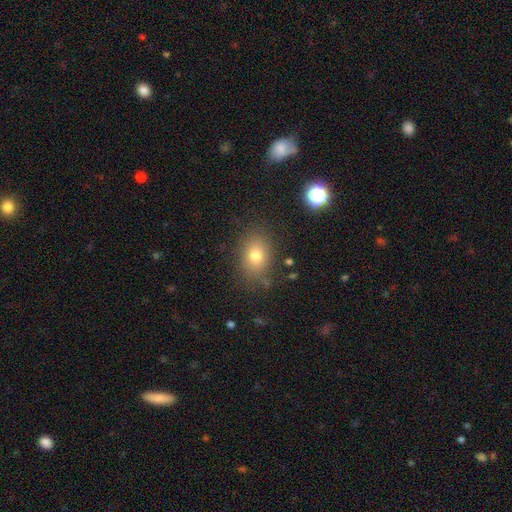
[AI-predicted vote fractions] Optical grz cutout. It shows a smooth galaxy with no disk features (74%) that is in between round and cigar-shaped (68%). Merging: none (81%).